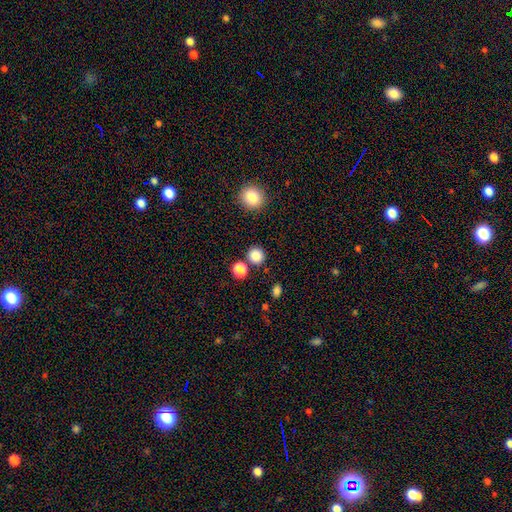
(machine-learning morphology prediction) Smooth or featured?
  - smooth: 84% *
  - star or artifact: 12%
  - featured or disk: 4%
How rounded?
  - round: 91% *
  - in between: 8%
  - cigar-shaped: 1%
Merging?
  - none: 83% *
  - merger: 8%
  - minor disturbance: 7%
  - major disturbance: 3%